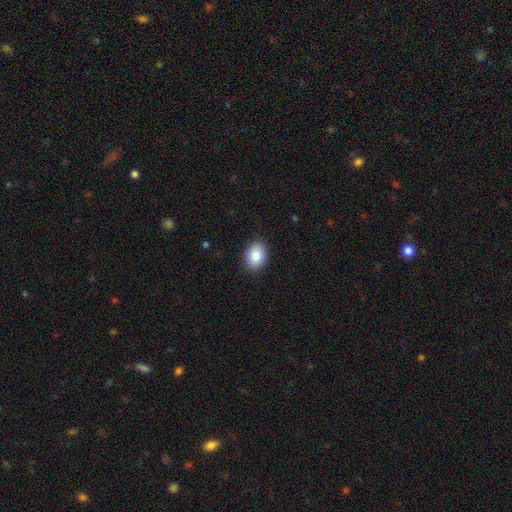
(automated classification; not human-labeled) A smooth galaxy with no disk features (86%) that is in between round and cigar-shaped (70%).

Vote fractions:
- Smooth or featured? smooth: 86% / star or artifact: 8% / featured or disk: 6%
- How rounded? in between: 70% / round: 29% / cigar-shaped: 1%
- Merging? none: 89% / minor disturbance: 8% / major disturbance: 2% / merger: 1%